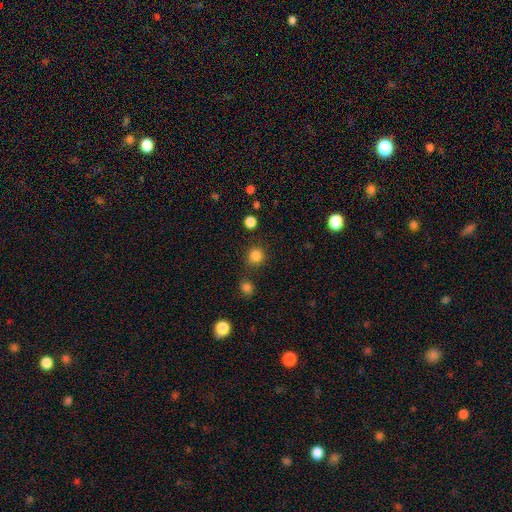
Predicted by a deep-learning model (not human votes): A smooth galaxy with no disk features (83%) that is round (91%).

Vote fractions:
- Smooth or featured? smooth: 83% / star or artifact: 13% / featured or disk: 4%
- How rounded? round: 91% / in between: 8% / cigar-shaped: 1%
- Merging? none: 82% / minor disturbance: 9% / merger: 6% / major disturbance: 4%